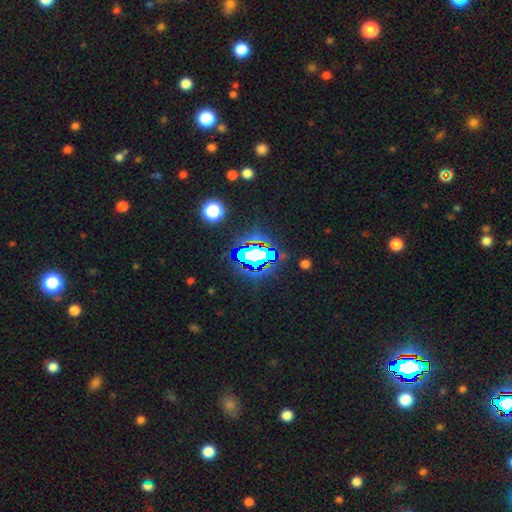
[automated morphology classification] type=star or artifact (64%).